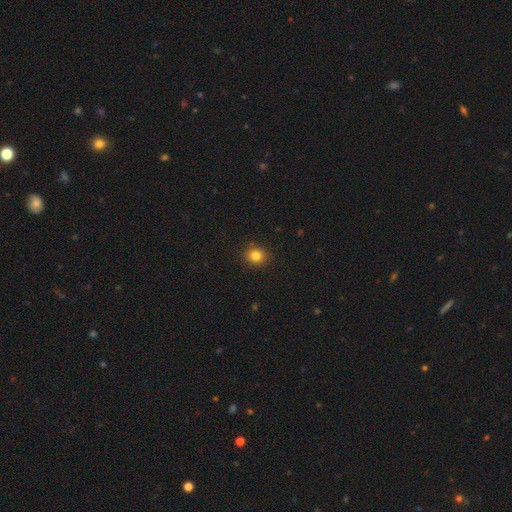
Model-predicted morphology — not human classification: A smooth galaxy with no disk features (83%) that is round (86%).

Vote fractions:
- Smooth or featured? smooth: 83% / star or artifact: 12% / featured or disk: 5%
- How rounded? round: 86% / in between: 13% / cigar-shaped: 1%
- Merging? none: 91% / minor disturbance: 6% / major disturbance: 2% / merger: 1%